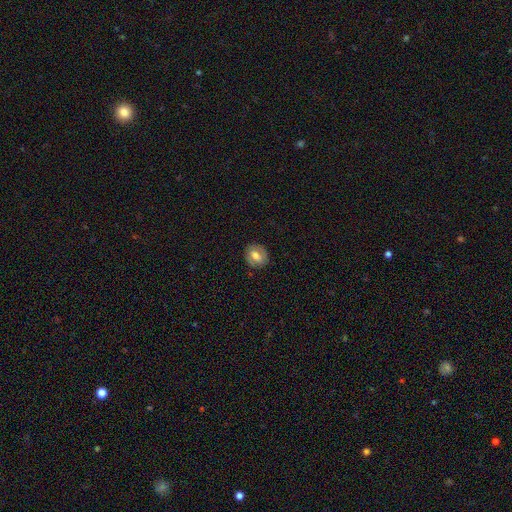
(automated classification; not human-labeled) Morphology: type=smooth (60%); roundness=round (58%); merging=none (83%).